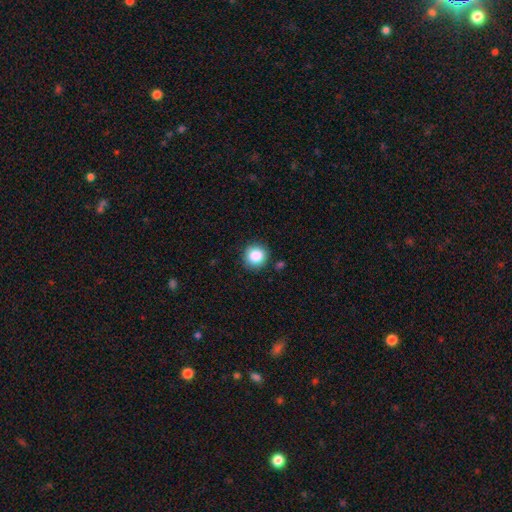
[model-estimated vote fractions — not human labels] smooth 86%, star or artifact 9%, featured or disk 4%. Down the decision tree: how rounded — round (93%); merging — none (88%).